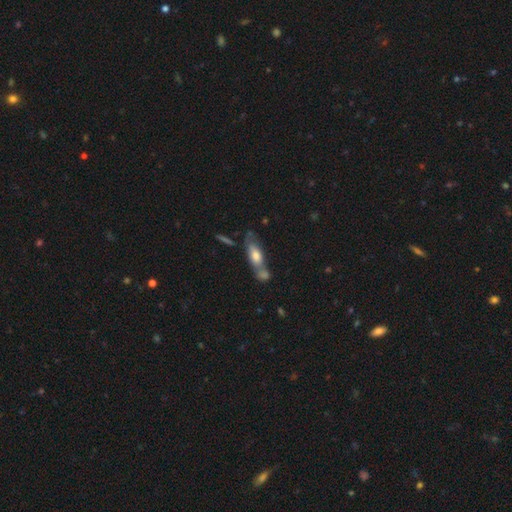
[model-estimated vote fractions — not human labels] Smooth or featured?
  - smooth: 58% *
  - featured or disk: 34%
  - star or artifact: 8%
How rounded?
  - in between: 66% *
  - cigar-shaped: 30%
  - round: 4%
Merging?
  - merger: 39% *
  - none: 38%
  - minor disturbance: 16%
  - major disturbance: 7%